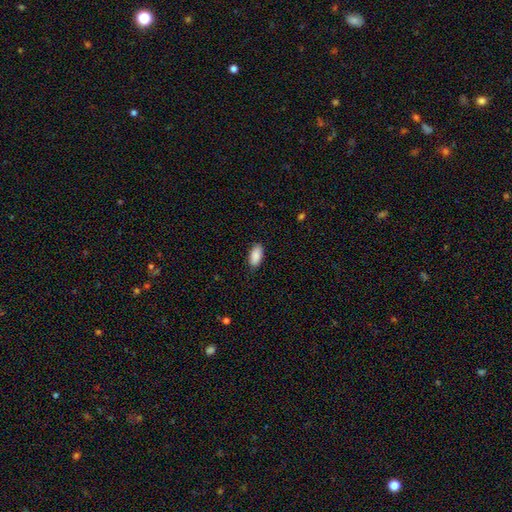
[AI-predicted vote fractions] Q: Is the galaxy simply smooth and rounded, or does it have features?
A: smooth — 89%.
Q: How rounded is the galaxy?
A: in between — 92%.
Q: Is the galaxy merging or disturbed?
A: none — 85%.